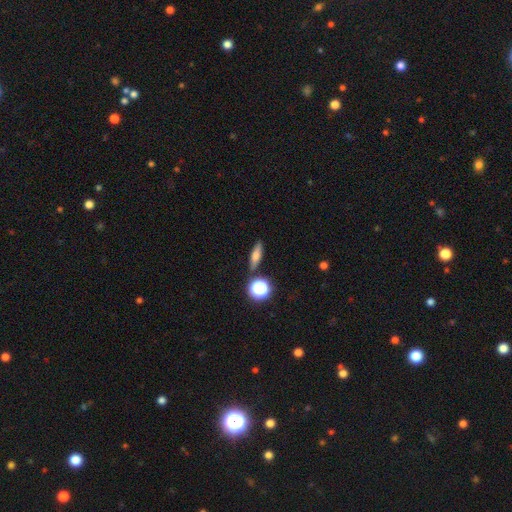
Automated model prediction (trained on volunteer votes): Q: Smooth or featured?
A: smooth (62%); runner-up: featured or disk (24%)
Q: How rounded?
A: cigar-shaped (48%); runner-up: in between (37%)
Q: Merging?
A: none (85%); runner-up: minor disturbance (9%)